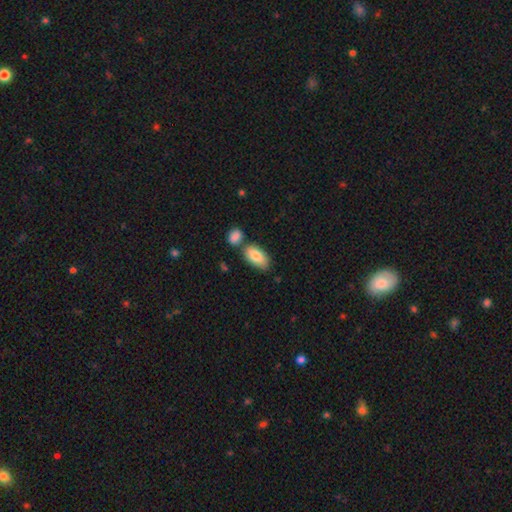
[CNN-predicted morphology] Smooth or featured? smooth (83%)
How rounded? in between (93%)
Merging? none (61%)